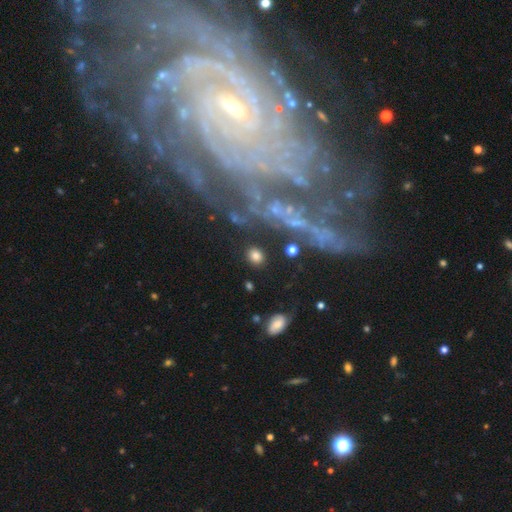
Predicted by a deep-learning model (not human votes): Smooth or featured: smooth — 77% (featured or disk — 13%)
How rounded: round — 69% (in between — 30%)
Merging: none — 82% (minor disturbance — 9%)